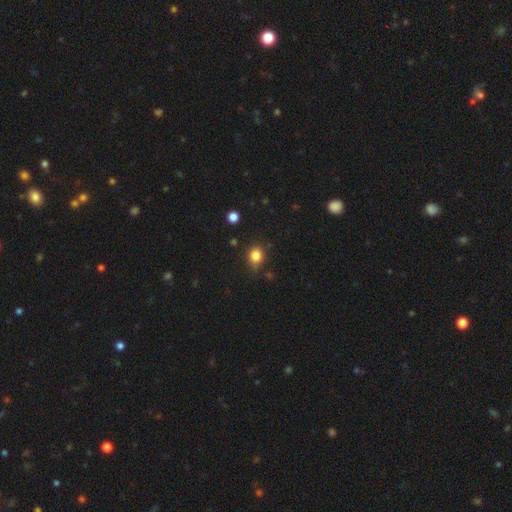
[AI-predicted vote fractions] This appears to be a smooth galaxy with no disk features (83%) that is round (71%). Merging: none (78%).